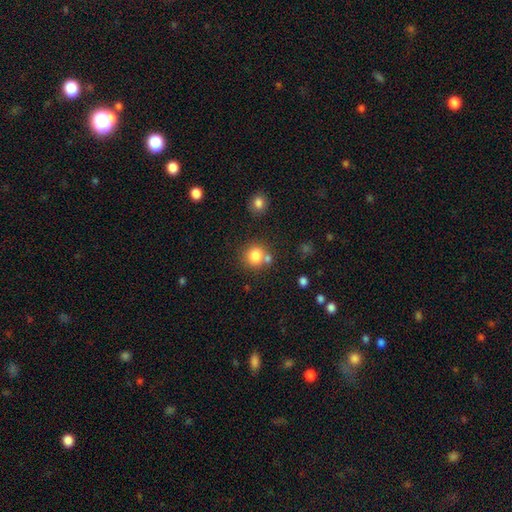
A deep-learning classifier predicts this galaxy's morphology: A smooth galaxy with no disk features (82%) that is round (87%).

Vote fractions:
- Smooth or featured? smooth: 82% / star or artifact: 11% / featured or disk: 8%
- How rounded? round: 87% / in between: 12% / cigar-shaped: 1%
- Merging? none: 65% / merger: 22% / minor disturbance: 10% / major disturbance: 3%